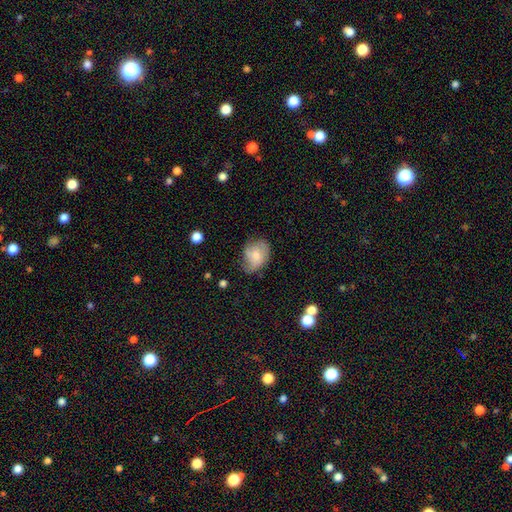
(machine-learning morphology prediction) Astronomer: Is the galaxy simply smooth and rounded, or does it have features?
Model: smooth — 57% (runner-up: featured or disk, 35%).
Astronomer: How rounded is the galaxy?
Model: in between — 65%.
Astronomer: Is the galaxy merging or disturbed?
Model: none — 53% (runner-up: minor disturbance, 33%).